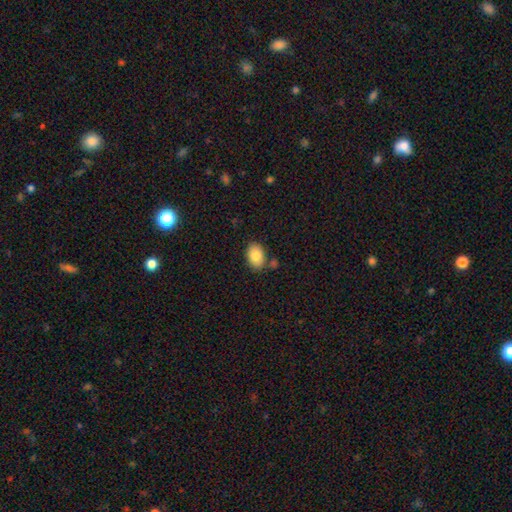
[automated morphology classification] The model was most divided on "merging": none: 78%, minor disturbance: 12%, merger: 7%, major disturbance: 3%. More confident: how rounded — in between (85%); smooth or featured — smooth (84%).